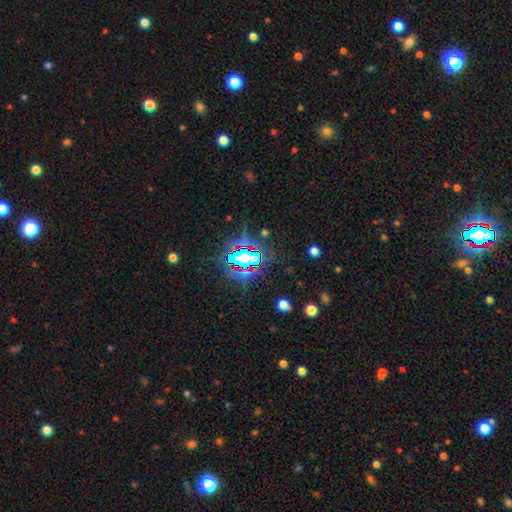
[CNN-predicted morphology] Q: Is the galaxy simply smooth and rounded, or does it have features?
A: star or artifact — 83%.